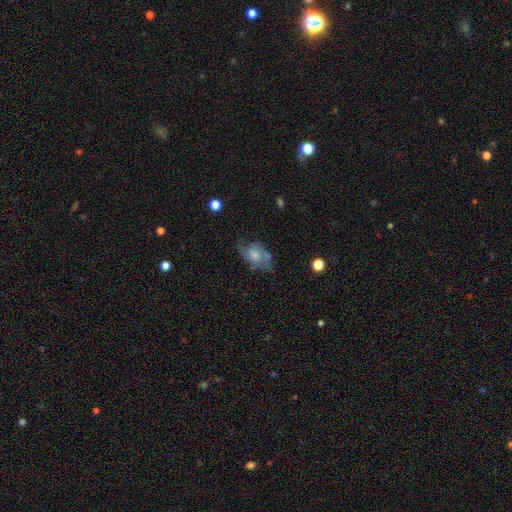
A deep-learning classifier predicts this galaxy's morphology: Smooth or featured? featured or disk (63%)
Edge-on disk? no (95%)
Bar? no (68%)
Spiral arms? yes (86%)
Spiral winding? medium (48%)
Spiral arm count? 2 (58%)
Bulge size? moderate (40%)
Merging? none (66%)